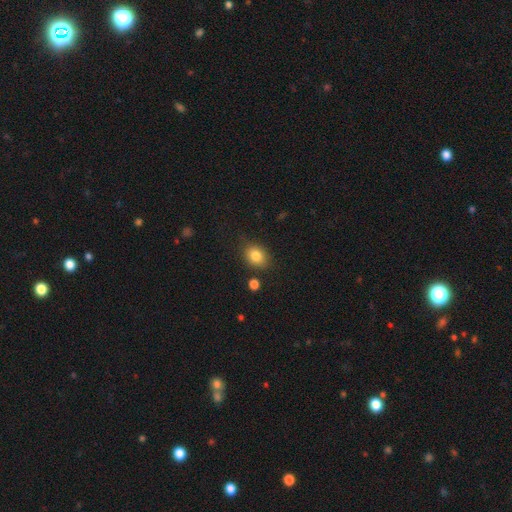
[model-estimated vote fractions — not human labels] smooth_or_featured: smooth (p=0.83) [alt: star or artifact p=0.10]
how_rounded: in between (p=0.55) [alt: round p=0.44]
merging: none (p=0.81) [alt: minor disturbance p=0.12]